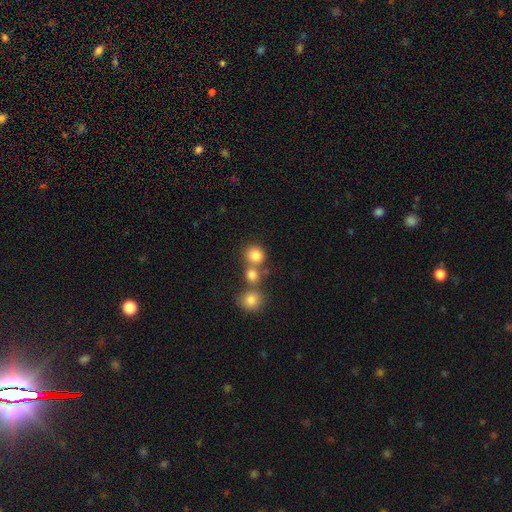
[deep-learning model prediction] The model was most divided on "merging": none: 56%, merger: 33%, minor disturbance: 8%, major disturbance: 4%. More confident: how rounded — round (86%); smooth or featured — smooth (81%).